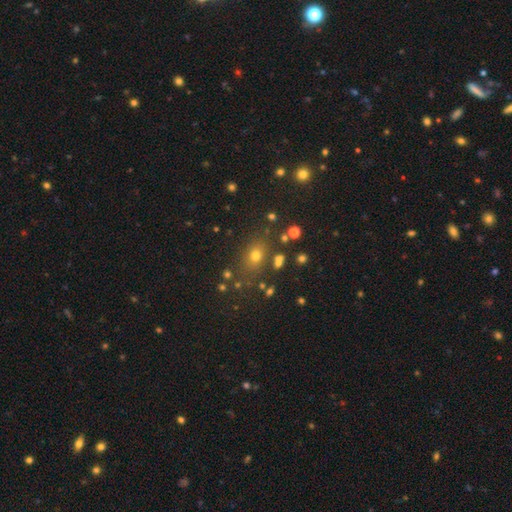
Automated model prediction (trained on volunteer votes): smooth 65%, star or artifact 24%, featured or disk 11%. Down the decision tree: how rounded — in between (53%); merging — none (77%).